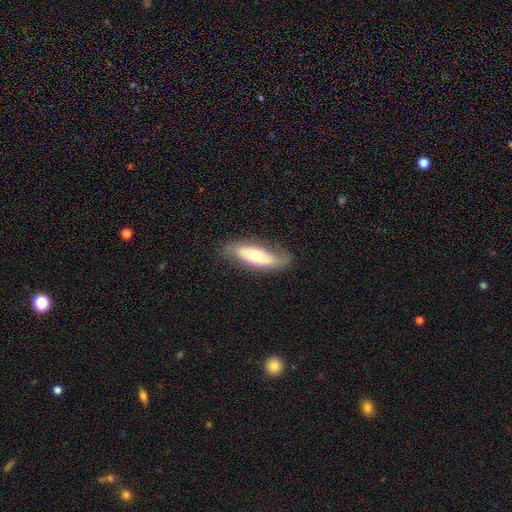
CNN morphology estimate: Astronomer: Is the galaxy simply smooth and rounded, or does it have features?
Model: featured or disk — 48% (runner-up: smooth, 46%).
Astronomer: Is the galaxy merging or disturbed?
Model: none — 75%.